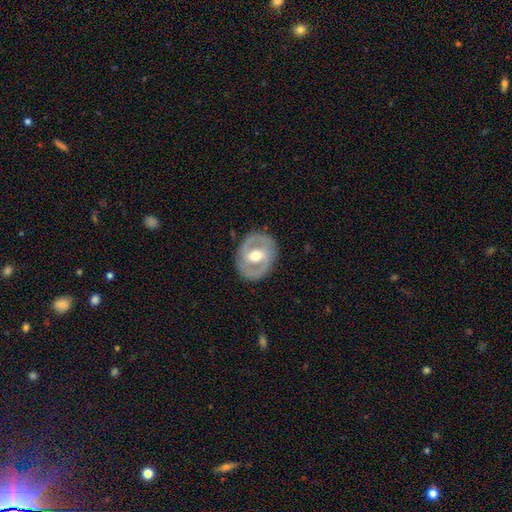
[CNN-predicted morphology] smooth-or-featured: featured or disk: 80% | smooth: 16% | star or artifact: 5%
  disk-edge-on: no: 96% | yes: 4%
    bar: weak: 43% | strong: 33% | no: 23%
    has-spiral-arms: yes: 77% | no: 23%
      spiral-winding: medium: 50% | tight: 33% | loose: 17%
      spiral-arm-count: 2: 88% | can't tell: 6% | 1: 2% | 3: 1% | 4: 1% | more than 4: 1%
    bulge-size: moderate: 75% | small: 16% | large: 8% | dominant: 1% | none: 1%
  merging: none: 86% | minor disturbance: 9% | major disturbance: 4% | merger: 1%